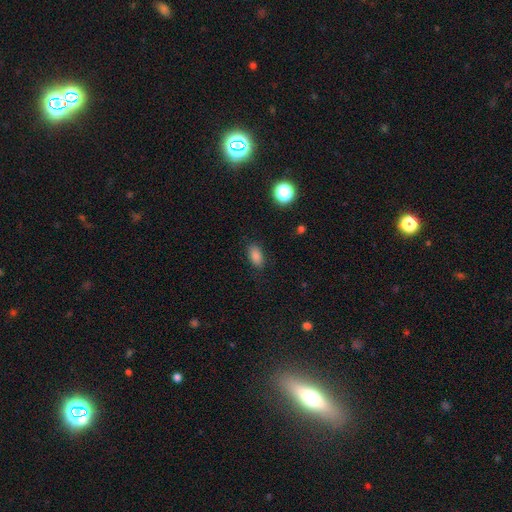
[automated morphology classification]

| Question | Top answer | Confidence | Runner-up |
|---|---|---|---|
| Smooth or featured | smooth | 81% | star or artifact (13%) |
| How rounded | in between | 88% | round (9%) |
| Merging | none | 85% | minor disturbance (11%) |